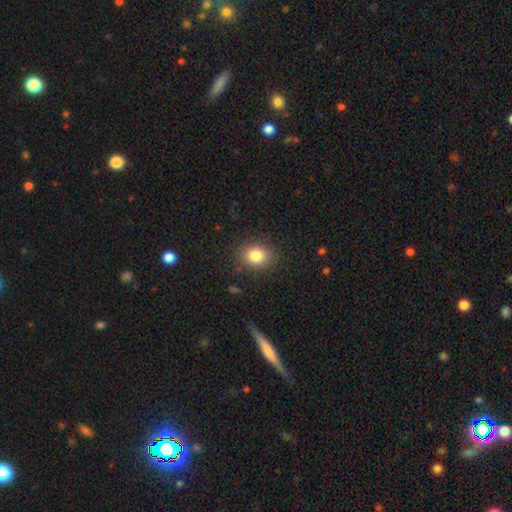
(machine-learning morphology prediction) A smooth galaxy with no disk features (83%) that is round (55%). Merging: none (87%).